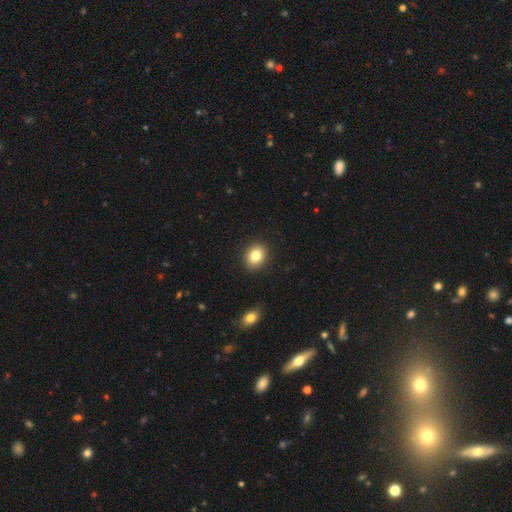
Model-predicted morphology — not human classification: This appears to be a smooth galaxy with no disk features (82%) that is round (60%). Merging: none (90%).